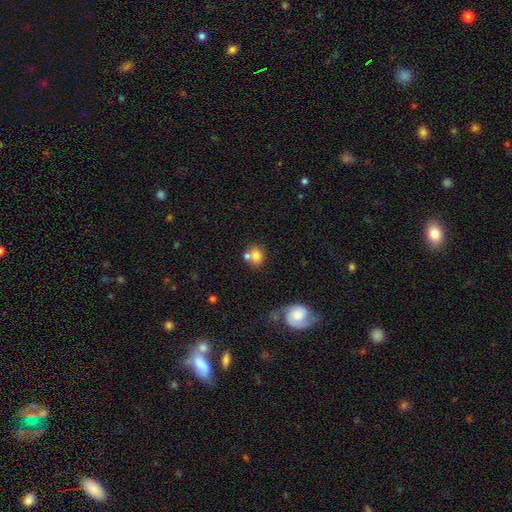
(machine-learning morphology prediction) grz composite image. It shows a smooth galaxy with no disk features (76%) that is round (76%). Merging: none (48%).